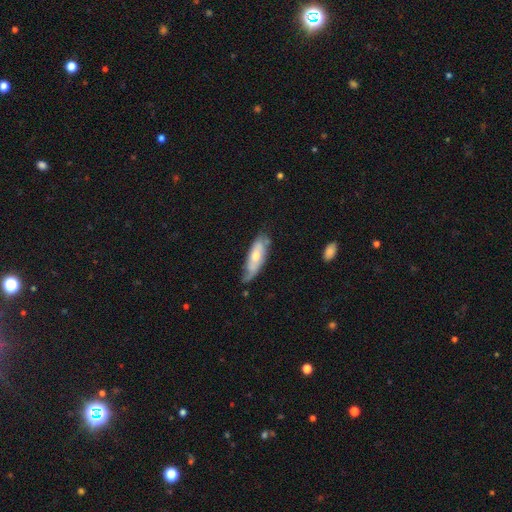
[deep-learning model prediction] smooth-or-featured: featured or disk: 53% | smooth: 41% | star or artifact: 6%
  disk-edge-on: no: 72% | yes: 28%
  merging: none: 55% | minor disturbance: 33% | major disturbance: 10% | merger: 3%